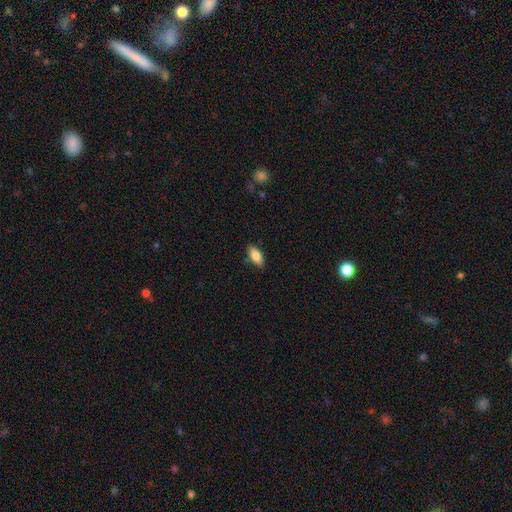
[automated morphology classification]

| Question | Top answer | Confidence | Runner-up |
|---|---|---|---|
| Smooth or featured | smooth | 81% | featured or disk (12%) |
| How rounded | in between | 87% | cigar-shaped (11%) |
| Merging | none | 85% | minor disturbance (12%) |